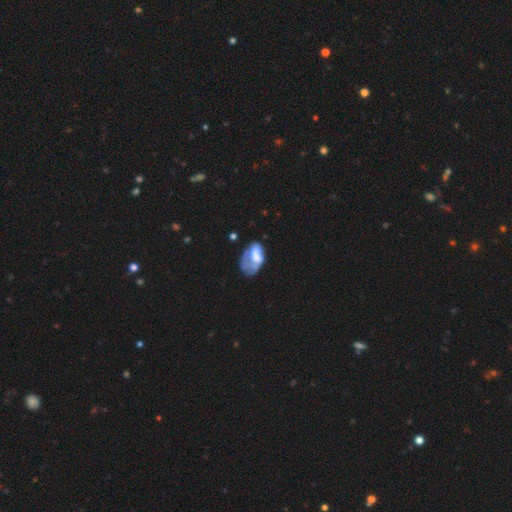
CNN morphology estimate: Smooth or featured? Predicted: smooth (p=0.51). How rounded? Predicted: in between (p=0.87). Merging? Predicted: major disturbance (p=0.42).